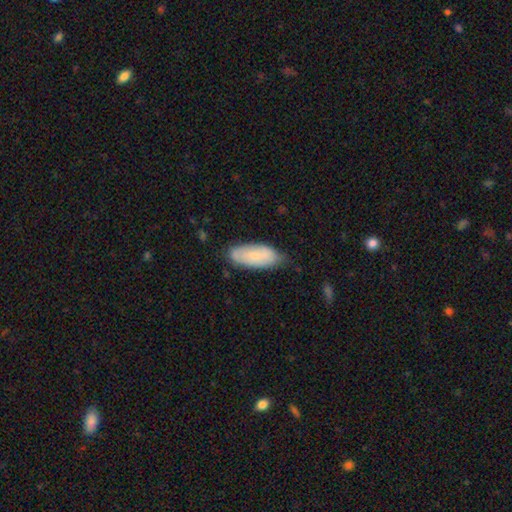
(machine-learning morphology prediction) smooth 66%, featured or disk 28%, star or artifact 6%. Down the decision tree: how rounded — in between (86%); merging — none (71%).